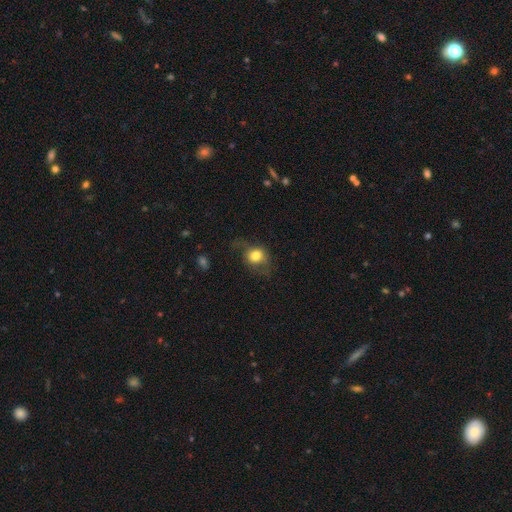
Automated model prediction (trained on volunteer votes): This appears to be a smooth galaxy with no disk features (73%) that is round (64%). Merging: none (46%).